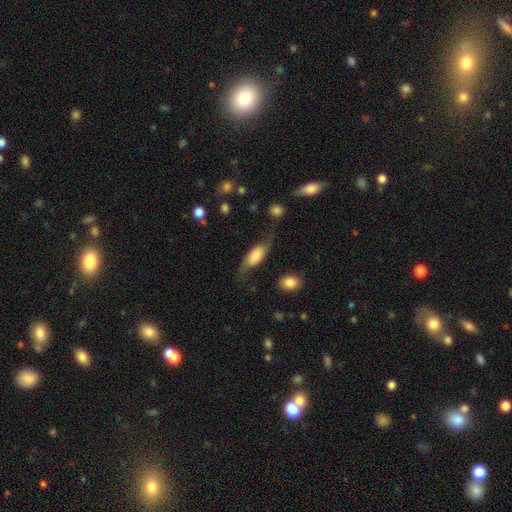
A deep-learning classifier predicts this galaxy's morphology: Smooth or featured? Predicted: featured or disk (p=0.57). Edge-on disk? Predicted: no (p=0.82). Merging? Predicted: none (p=0.58).